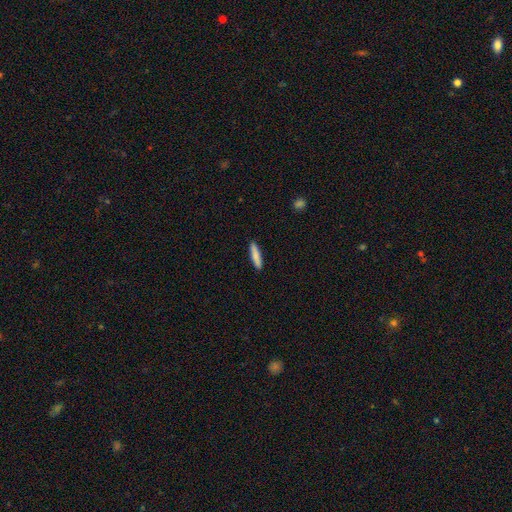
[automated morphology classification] Smooth or featured?
  - smooth: 84% *
  - featured or disk: 11%
  - star or artifact: 6%
How rounded?
  - cigar-shaped: 85% *
  - in between: 14%
  - round: 1%
Merging?
  - none: 90% *
  - minor disturbance: 7%
  - major disturbance: 2%
  - merger: 1%